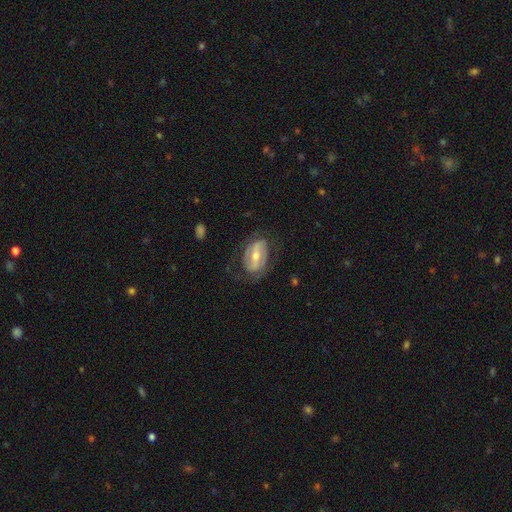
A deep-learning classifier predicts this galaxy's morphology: A featured or disk galaxy (77%) with a strong bar (51%), 2 (79%) medium (42%) spiral arms (81%) and a moderate central bulge (60%).

Vote fractions:
- Smooth or featured? featured or disk: 77% / smooth: 17% / star or artifact: 5%
- Edge-on disk? no: 95% / yes: 5%
- Bar? strong: 51% / weak: 35% / no: 15%
- Spiral arms? yes: 81% / no: 19%
- Spiral winding? medium: 42% / tight: 38% / loose: 20%
- Spiral arm count? 2: 79% / can't tell: 12% / 1: 3% / 3: 3% / 4: 1% / more than 4: 1%
- Bulge size? moderate: 60% / small: 33% / large: 4% / none: 1% / dominant: 1%
- Merging? none: 69% / minor disturbance: 17% / major disturbance: 13% / merger: 1%